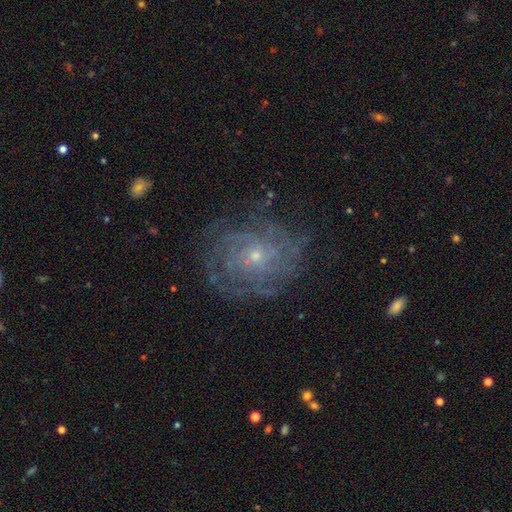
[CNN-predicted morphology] Smooth or featured? featured or disk (79%)
Edge-on disk? no (97%)
Bar? no (78%)
Spiral arms? yes (88%)
Spiral winding? tight (68%)
Spiral arm count? can't tell (46%)
Bulge size? small (75%)
Merging? none (75%)